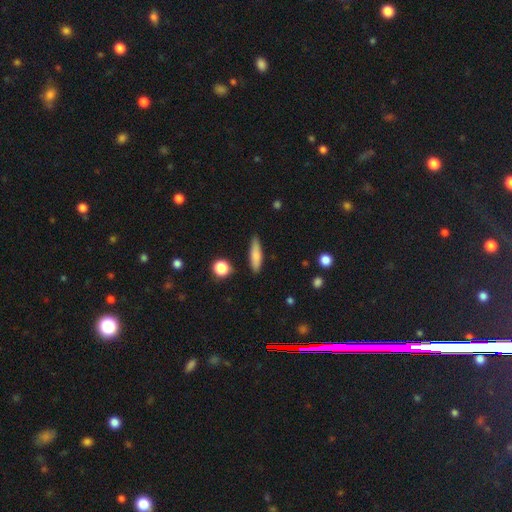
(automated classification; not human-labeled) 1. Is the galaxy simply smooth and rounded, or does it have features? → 78% smooth, 15% featured or disk, 7% star or artifact.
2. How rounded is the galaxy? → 69% cigar-shaped, 28% in between, 3% round.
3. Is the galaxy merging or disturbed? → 83% none, 13% minor disturbance, 2% major disturbance, 2% merger.